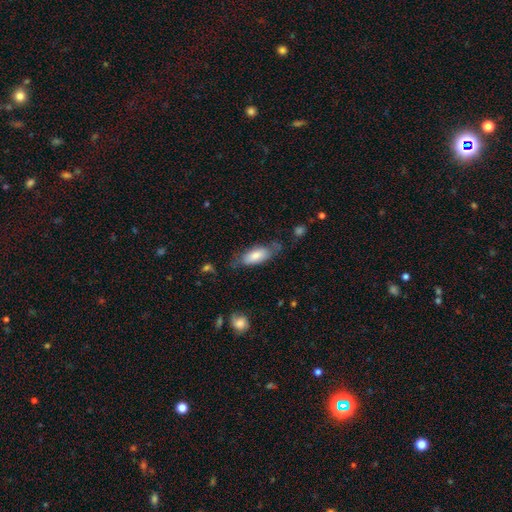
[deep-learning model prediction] Smooth or featured?
  - smooth: 76% *
  - featured or disk: 18%
  - star or artifact: 6%
How rounded?
  - in between: 81% *
  - cigar-shaped: 17%
  - round: 2%
Merging?
  - none: 57% *
  - minor disturbance: 29%
  - major disturbance: 12%
  - merger: 3%